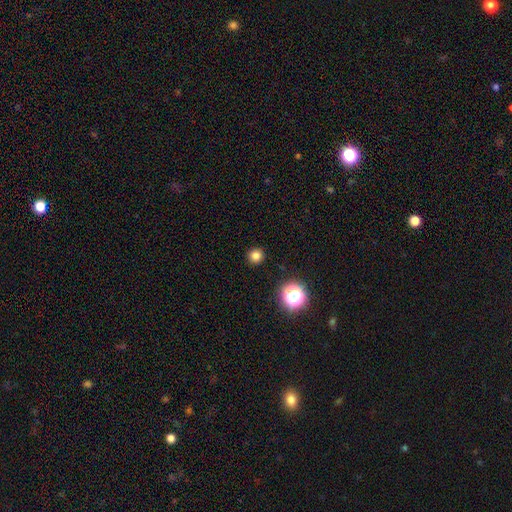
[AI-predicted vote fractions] smooth 79%, star or artifact 16%, featured or disk 5%. Down the decision tree: how rounded — round (94%); merging — none (92%).